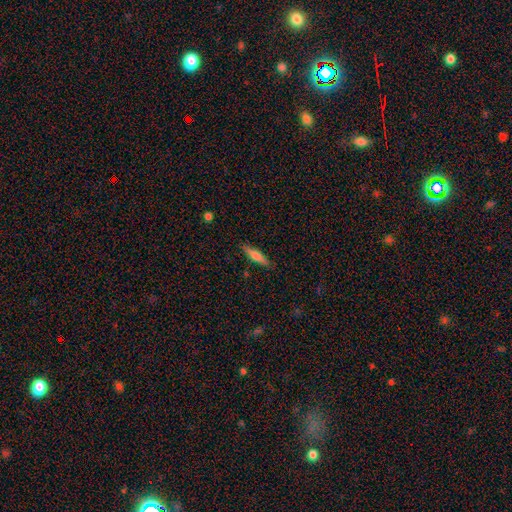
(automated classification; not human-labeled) A smooth galaxy with no disk features (63%) that is cigar-shaped (80%). Merging: none (87%).